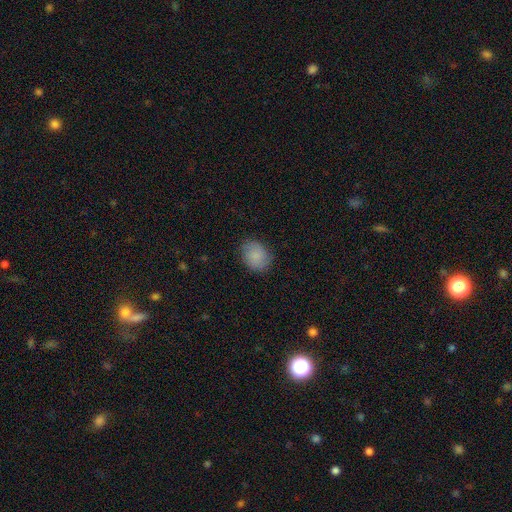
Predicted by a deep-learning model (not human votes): The model was most divided on "how rounded": round: 54%, in between: 45%, cigar-shaped: 1%. More confident: smooth or featured — smooth (82%); merging — none (79%).